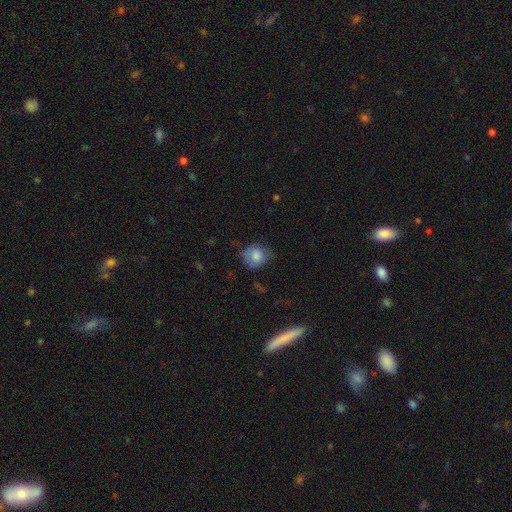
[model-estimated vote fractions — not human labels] Smooth or featured?
  - smooth: 79% *
  - featured or disk: 12%
  - star or artifact: 9%
How rounded?
  - round: 72% *
  - in between: 27%
  - cigar-shaped: 1%
Merging?
  - none: 58% *
  - minor disturbance: 30%
  - major disturbance: 10%
  - merger: 2%